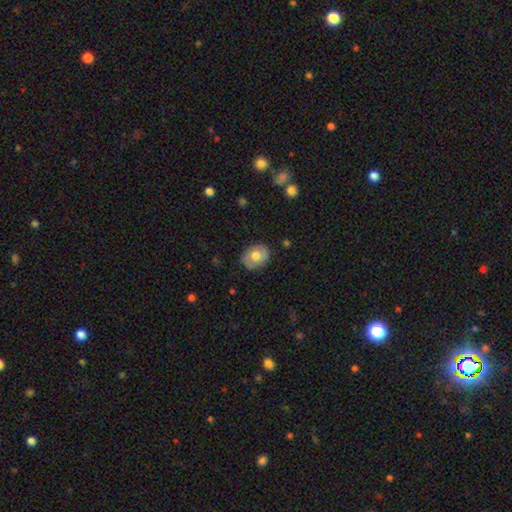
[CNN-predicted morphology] smooth_or_featured: smooth (p=0.69) [alt: featured or disk p=0.24]
how_rounded: in between (p=0.51) [alt: round p=0.48]
merging: none (p=0.82) [alt: minor disturbance p=0.14]